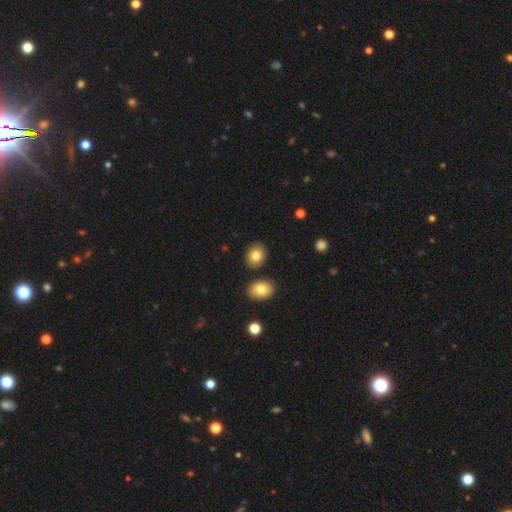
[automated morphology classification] This is clearly a smooth galaxy (83%). How rounded: possibly in between (56%). Merging: clearly none (83%).